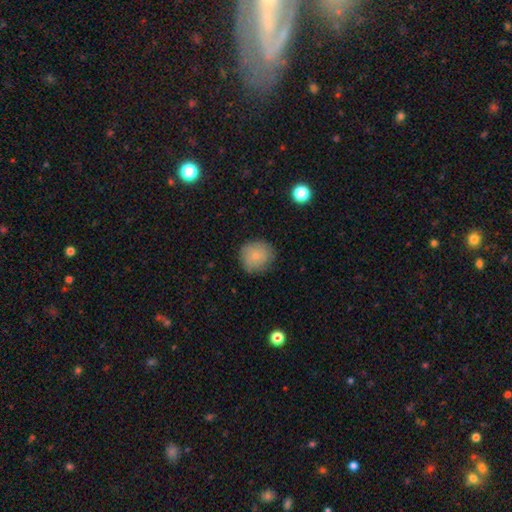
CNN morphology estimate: smooth 78%, featured or disk 13%, star or artifact 9%. Down the decision tree: how rounded — round (89%); merging — none (82%).